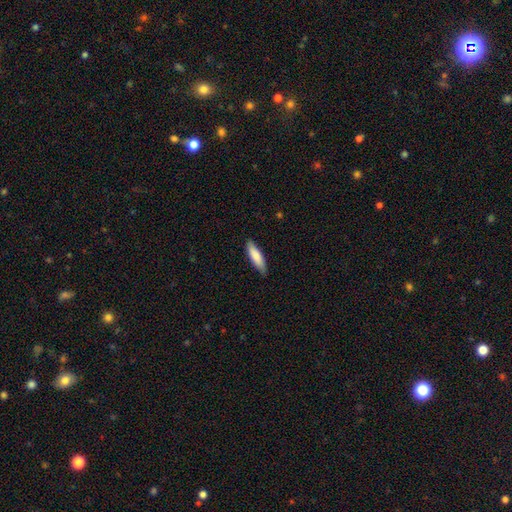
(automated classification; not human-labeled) The model was most divided on "how rounded": cigar-shaped: 60%, in between: 39%, round: 1%. More confident: smooth or featured — smooth (83%); merging — none (79%).